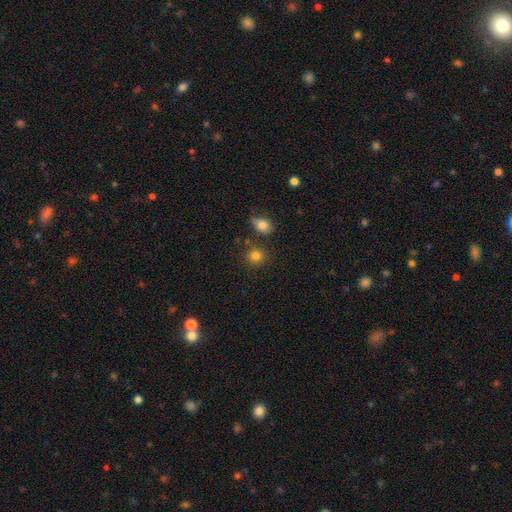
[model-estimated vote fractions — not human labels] This is clearly a smooth galaxy (82%). How rounded: clearly round (85%). Merging: likely none (77%).